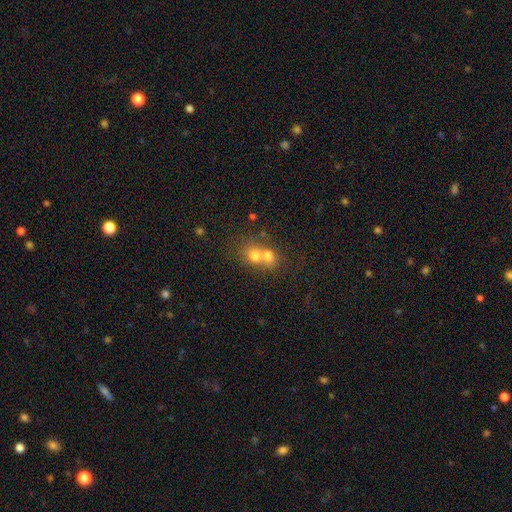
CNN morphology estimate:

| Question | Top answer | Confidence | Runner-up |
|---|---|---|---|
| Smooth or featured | smooth | 69% | featured or disk (18%) |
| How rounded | round | 65% | in between (34%) |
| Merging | merger | 68% | none (24%) |